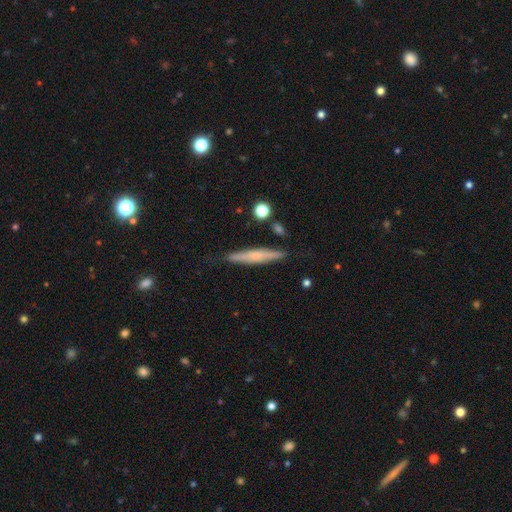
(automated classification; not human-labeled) smooth_or_featured: smooth (p=0.48) [alt: featured or disk p=0.45]
merging: none (p=0.85) [alt: minor disturbance p=0.11]